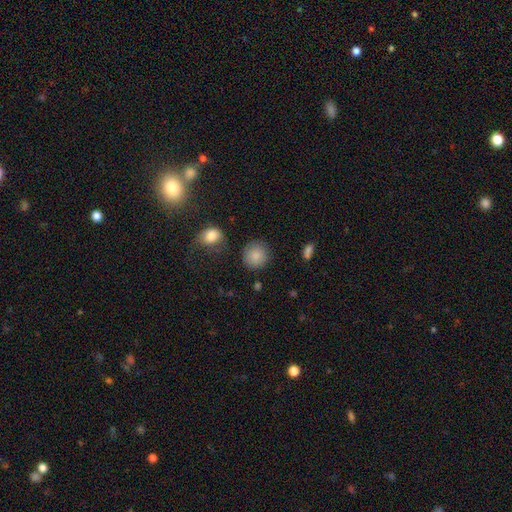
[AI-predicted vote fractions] Smooth or featured? smooth (86%)
How rounded? round (89%)
Merging? none (84%)